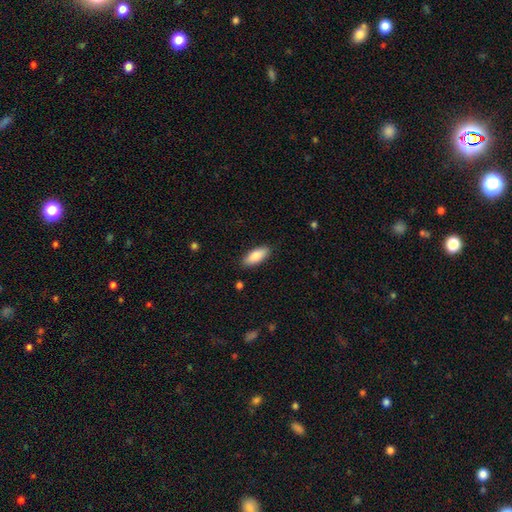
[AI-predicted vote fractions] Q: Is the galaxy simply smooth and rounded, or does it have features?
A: smooth — 83%.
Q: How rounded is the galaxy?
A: in between — 81%.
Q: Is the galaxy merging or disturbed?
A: none — 87%.